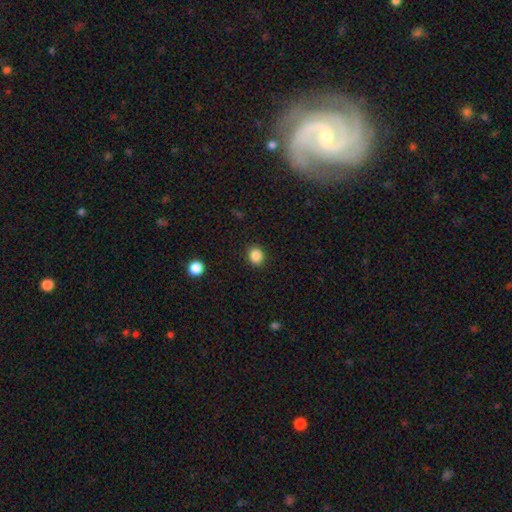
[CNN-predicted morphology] Smooth or featured?
  - smooth: 86% *
  - star or artifact: 10%
  - featured or disk: 4%
How rounded?
  - round: 69% *
  - in between: 30%
  - cigar-shaped: 1%
Merging?
  - none: 90% *
  - minor disturbance: 6%
  - major disturbance: 2%
  - merger: 1%